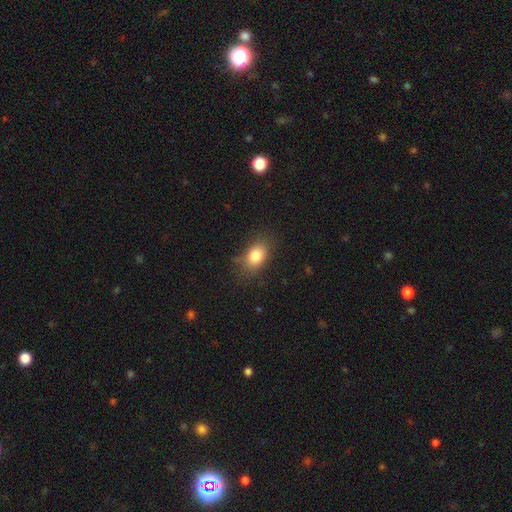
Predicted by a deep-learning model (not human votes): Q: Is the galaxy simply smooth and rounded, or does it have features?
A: smooth — 82%.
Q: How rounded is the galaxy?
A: in between — 75%.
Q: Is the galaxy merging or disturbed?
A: none — 75%.